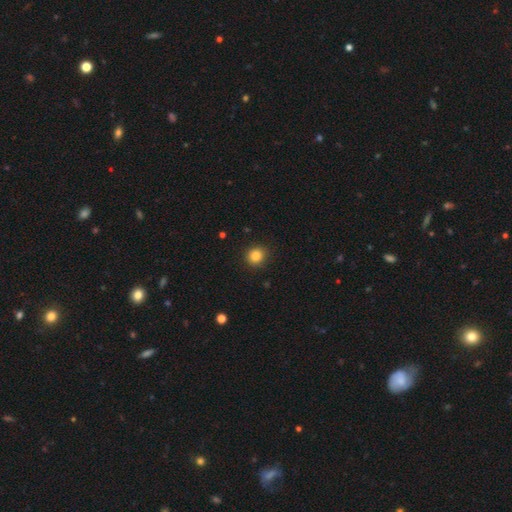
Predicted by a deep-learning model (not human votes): smooth_or_featured: smooth (p=0.85) [alt: star or artifact p=0.11]
how_rounded: round (p=0.82) [alt: in between p=0.17]
merging: none (p=0.90) [alt: minor disturbance p=0.07]